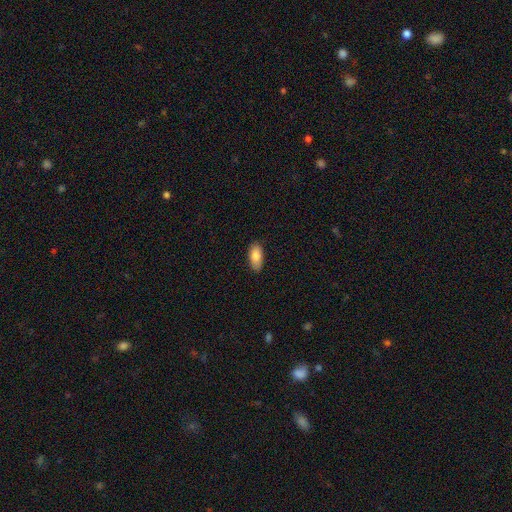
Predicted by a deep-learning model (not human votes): smooth 84%, featured or disk 10%, star or artifact 6%. Down the decision tree: how rounded — in between (90%); merging — none (84%).